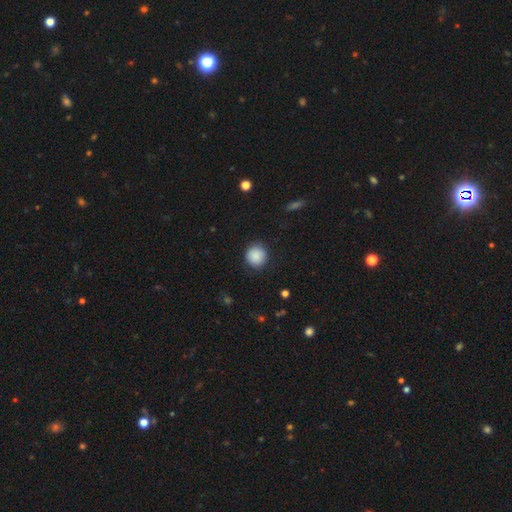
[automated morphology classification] This is clearly a smooth galaxy (87%). How rounded: clearly round (92%). Merging: clearly none (86%).